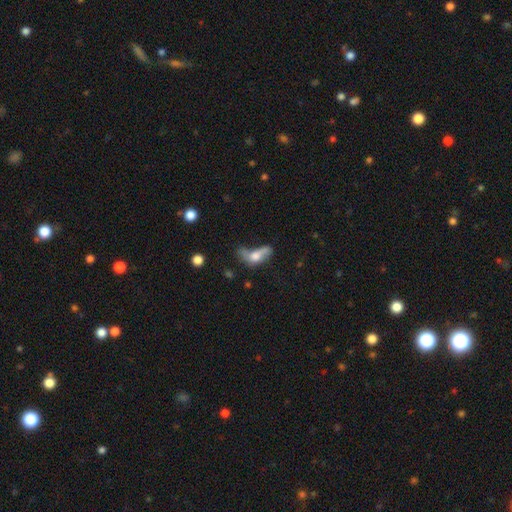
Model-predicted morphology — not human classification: smooth-or-featured: smooth: 55% | featured or disk: 34% | star or artifact: 11%
  how-rounded: in between: 77% | cigar-shaped: 12% | round: 11%
  merging: major disturbance: 42% | merger: 22% | none: 18% | minor disturbance: 18%